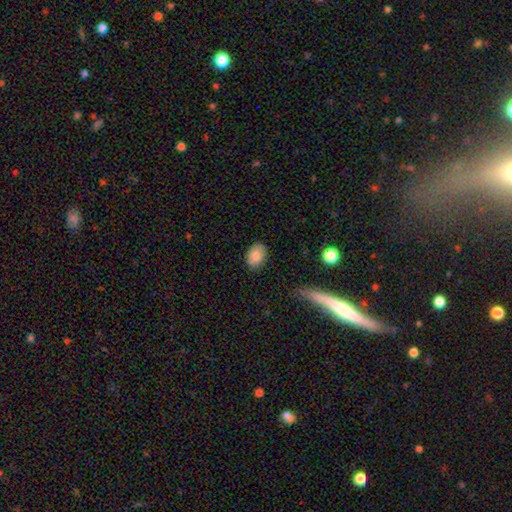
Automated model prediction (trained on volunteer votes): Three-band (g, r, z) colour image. It shows a smooth galaxy with no disk features (87%) that is in between round and cigar-shaped (80%). Merging: none (83%).